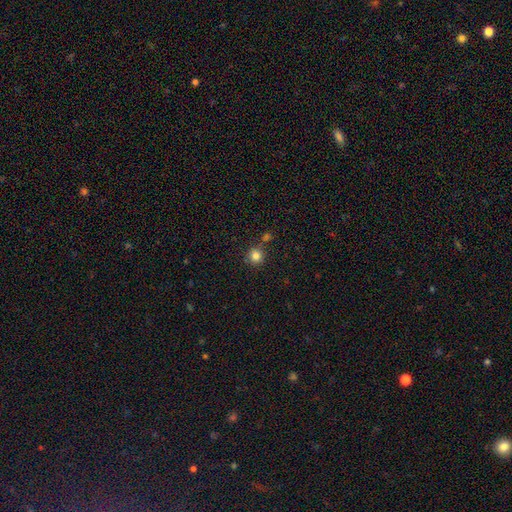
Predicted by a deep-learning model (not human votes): smooth-or-featured: smooth: 82% | star or artifact: 13% | featured or disk: 5%
  how-rounded: round: 93% | in between: 6% | cigar-shaped: 1%
  merging: none: 78% | merger: 10% | minor disturbance: 9% | major disturbance: 3%